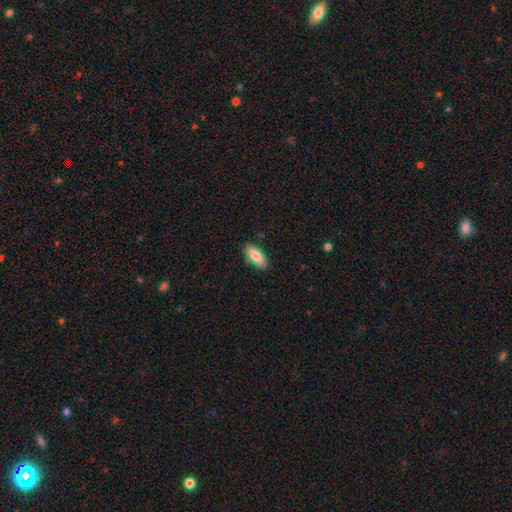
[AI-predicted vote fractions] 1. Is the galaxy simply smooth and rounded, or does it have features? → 84% smooth, 10% featured or disk, 6% star or artifact.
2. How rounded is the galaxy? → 84% in between, 14% cigar-shaped, 2% round.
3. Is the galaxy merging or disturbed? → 86% none, 10% minor disturbance, 2% major disturbance, 1% merger.